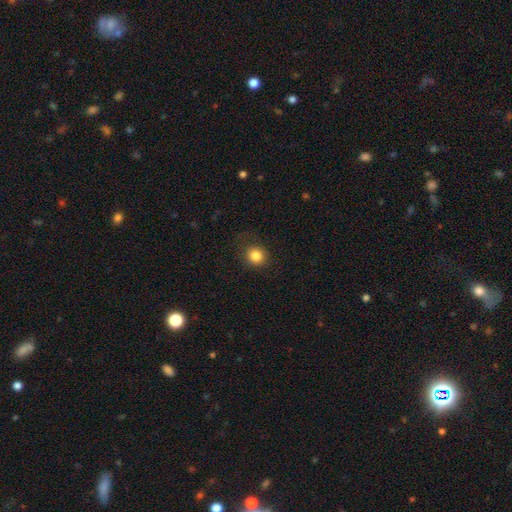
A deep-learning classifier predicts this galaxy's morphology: The model was most divided on "how rounded": round: 85%, in between: 15%, cigar-shaped: 1%. More confident: smooth or featured — smooth (84%); merging — none (83%).